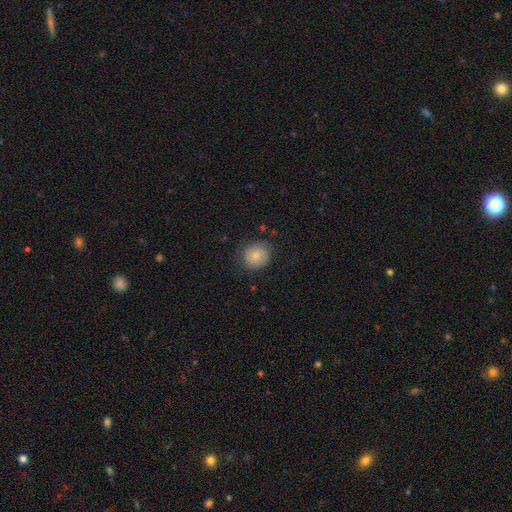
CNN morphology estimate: Smooth or featured? Predicted: smooth (p=0.80). How rounded? Predicted: round (p=0.82). Merging? Predicted: none (p=0.78).